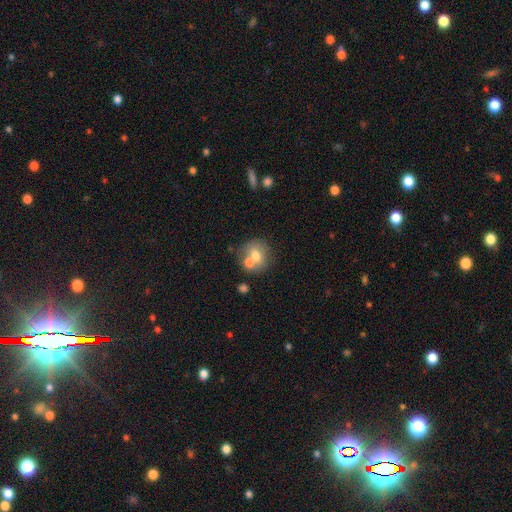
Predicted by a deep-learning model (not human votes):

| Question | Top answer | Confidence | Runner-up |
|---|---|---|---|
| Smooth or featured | smooth | 66% | featured or disk (25%) |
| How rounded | round | 76% | in between (23%) |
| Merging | none | 48% | merger (39%) |